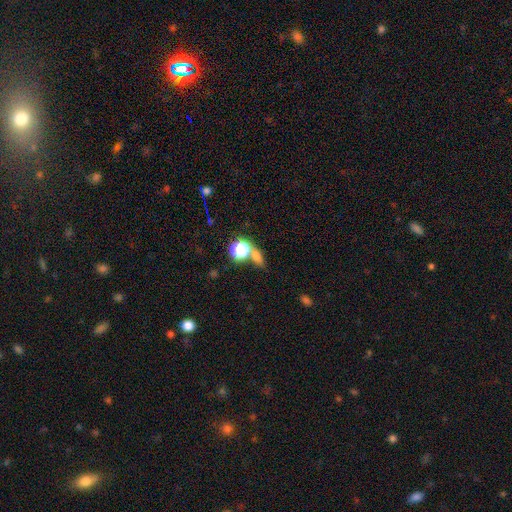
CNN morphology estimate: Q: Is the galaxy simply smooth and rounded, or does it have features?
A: smooth — 60%.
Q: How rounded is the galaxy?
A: round — 44%, tied with in between.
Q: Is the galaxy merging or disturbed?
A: none — 55%.